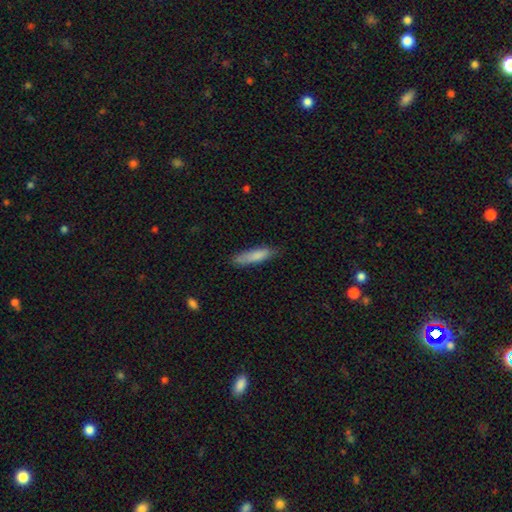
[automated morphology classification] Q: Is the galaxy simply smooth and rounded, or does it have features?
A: smooth — 82%.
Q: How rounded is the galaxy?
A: cigar-shaped — 77%.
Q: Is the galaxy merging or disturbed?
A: none — 76%.